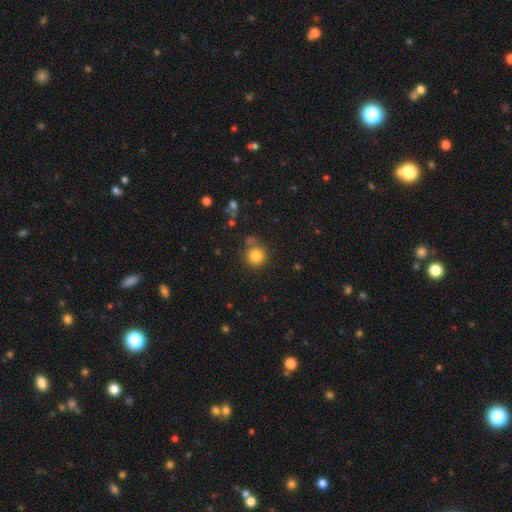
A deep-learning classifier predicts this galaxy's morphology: Smooth or featured? smooth (83%)
How rounded? round (92%)
Merging? none (74%)